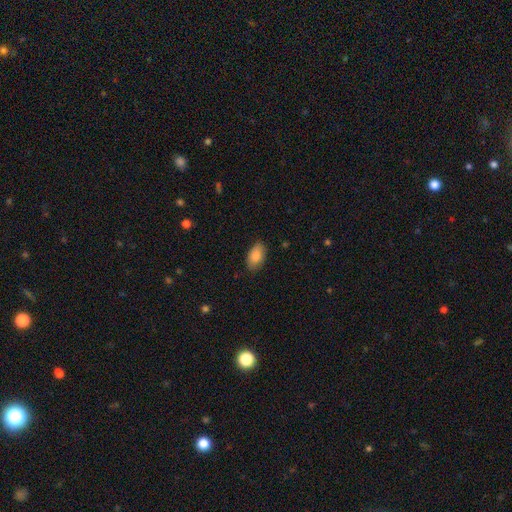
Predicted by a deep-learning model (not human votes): Overall: smooth (87%). How rounded: in between (92%). Merging: none (81%).